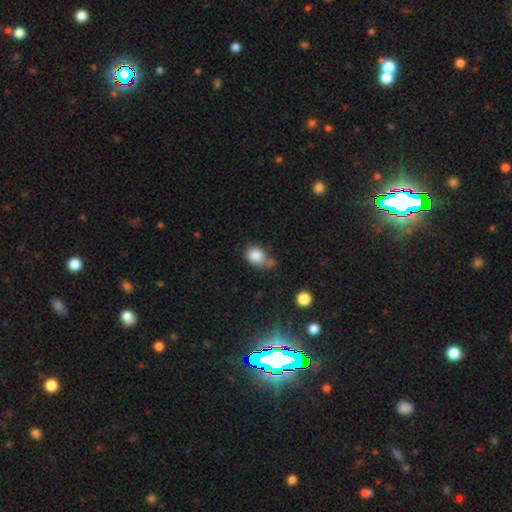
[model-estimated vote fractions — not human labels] A smooth galaxy with no disk features (84%) that is in between round and cigar-shaped (65%).

Vote fractions:
- Smooth or featured? smooth: 84% / star or artifact: 9% / featured or disk: 7%
- How rounded? in between: 65% / round: 34% / cigar-shaped: 1%
- Merging? none: 43% / minor disturbance: 27% / merger: 20% / major disturbance: 10%